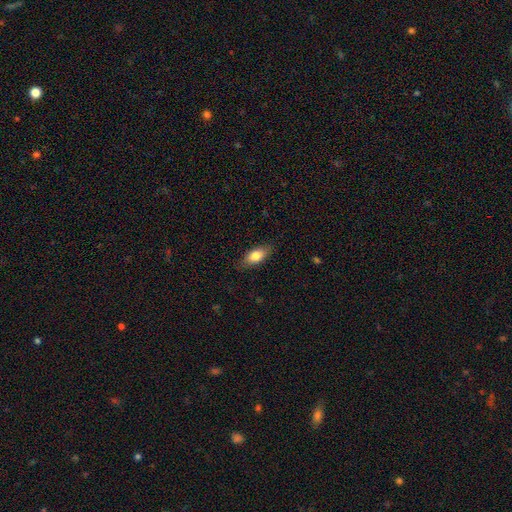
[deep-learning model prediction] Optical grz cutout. It shows a smooth galaxy with no disk features (80%) that is in between round and cigar-shaped (84%). Merging: none (83%).